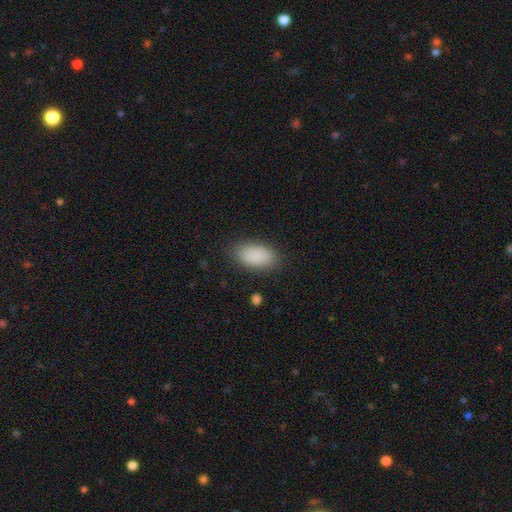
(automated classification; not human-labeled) smooth-or-featured: smooth: 89% | star or artifact: 7% | featured or disk: 4%
  how-rounded: in between: 94% | round: 3% | cigar-shaped: 3%
  merging: none: 85% | minor disturbance: 11% | major disturbance: 3% | merger: 1%